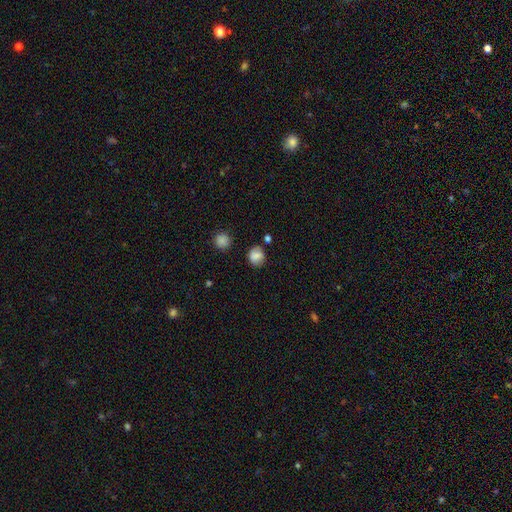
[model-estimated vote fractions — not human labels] Smooth or featured? Predicted: smooth (p=0.78). How rounded? Predicted: round (p=0.71). Merging? Predicted: none (p=0.71).